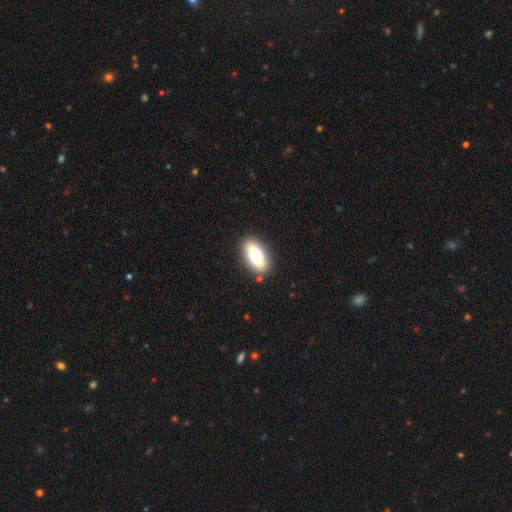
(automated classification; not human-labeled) This appears to be a smooth galaxy with no disk features (70%) that is in between round and cigar-shaped (82%). Merging: none (88%).